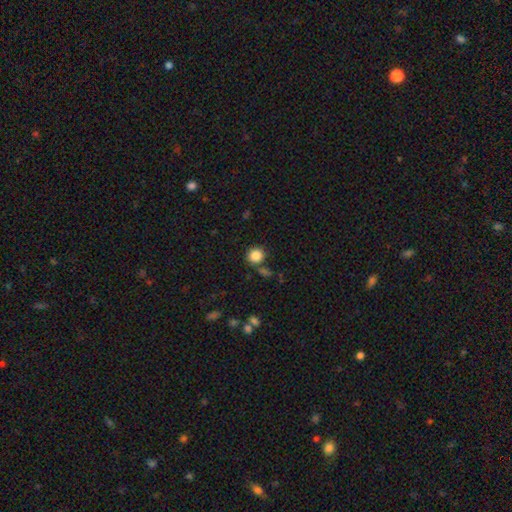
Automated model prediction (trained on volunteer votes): Smooth or featured? Predicted: smooth (p=0.86). How rounded? Predicted: round (p=0.87). Merging? Predicted: none (p=0.77).